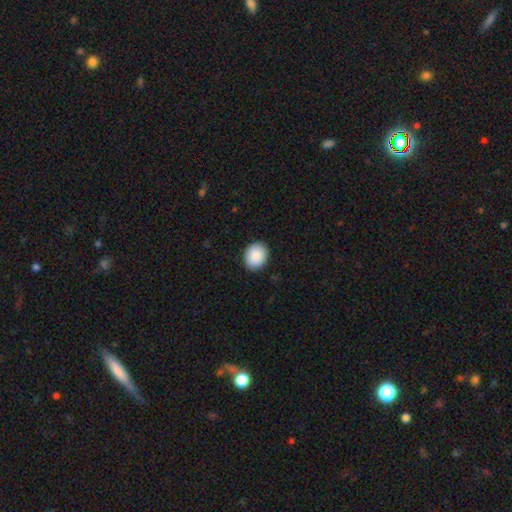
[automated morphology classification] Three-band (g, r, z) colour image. It shows a smooth galaxy with no disk features (89%) that is round (55%). Merging: none (90%).